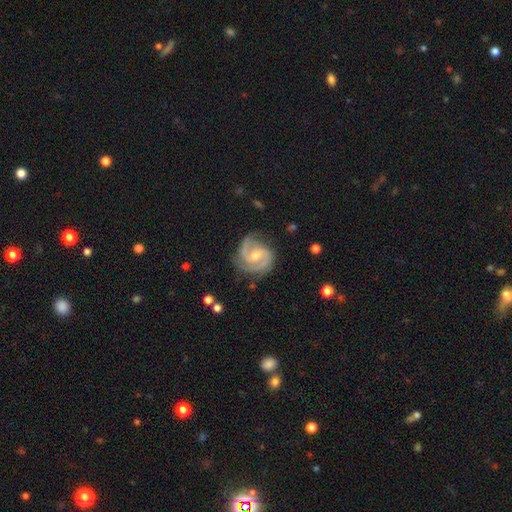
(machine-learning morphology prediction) Smooth or featured? featured or disk (88%)
Edge-on disk? no (98%)
Bar? weak (45%, tied with no)
Spiral arms? yes (97%)
Spiral winding? medium (51%)
Spiral arm count? 2 (77%)
Bulge size? moderate (51%)
Merging? none (71%)